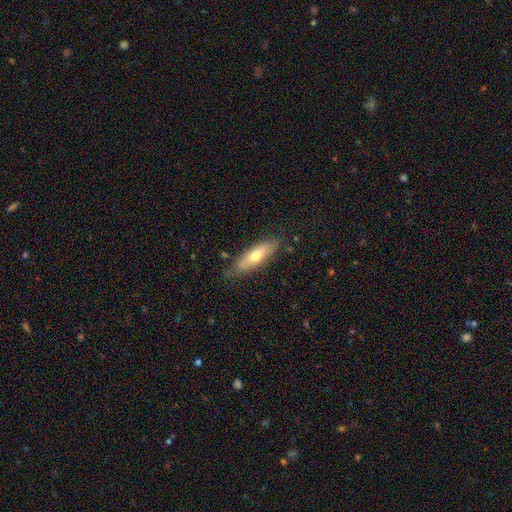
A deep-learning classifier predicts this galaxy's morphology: This is possibly a smooth galaxy (60%). How rounded: possibly cigar-shaped (53%). Merging: likely none (75%).